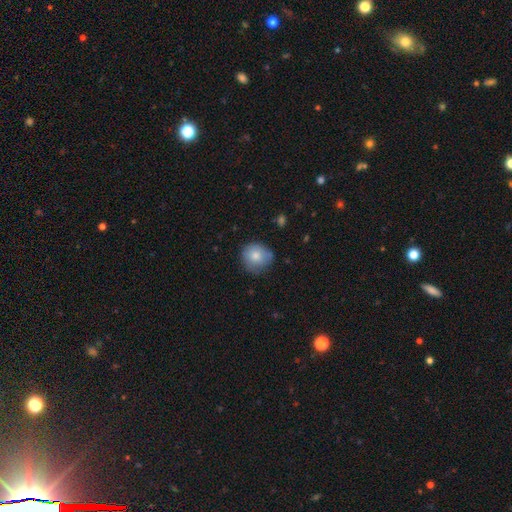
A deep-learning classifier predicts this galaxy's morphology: A smooth galaxy with no disk features (78%) that is round (87%).

Vote fractions:
- Smooth or featured? smooth: 78% / featured or disk: 14% / star or artifact: 8%
- How rounded? round: 87% / in between: 12% / cigar-shaped: 1%
- Merging? none: 69% / minor disturbance: 24% / major disturbance: 5% / merger: 2%